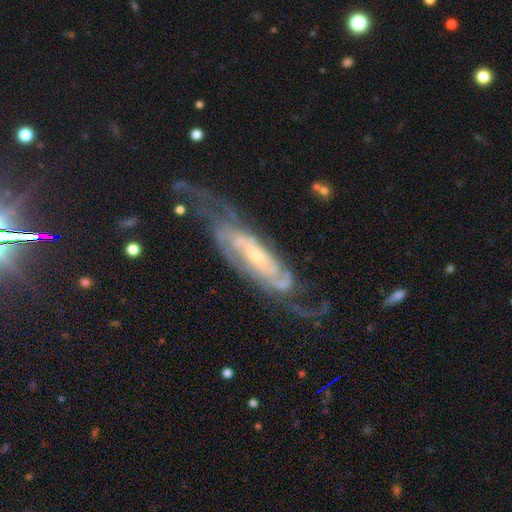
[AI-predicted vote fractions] A featured or disk galaxy (88%) with no bar (53%), 2 (38%) tight (56%) spiral arms (96%) and a small central bulge (58%).

Vote fractions:
- Smooth or featured? featured or disk: 88% / smooth: 7% / star or artifact: 5%
- Edge-on disk? no: 84% / yes: 16%
- Bar? no: 53% / weak: 32% / strong: 15%
- Spiral arms? yes: 96% / no: 4%
- Spiral winding? tight: 56% / medium: 34% / loose: 10%
- Spiral arm count? 2: 38% / can't tell: 32% / 3: 14% / 4: 7% / more than 4: 5% / 1: 5%
- Bulge size? small: 58% / moderate: 36% / large: 3% / none: 2% / dominant: 1%
- Merging? none: 62% / minor disturbance: 20% / major disturbance: 15% / merger: 3%